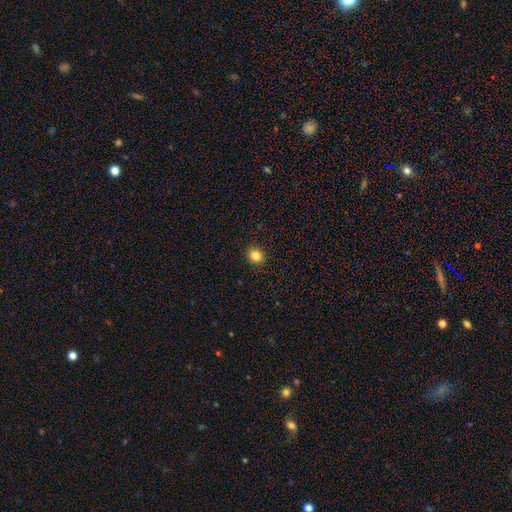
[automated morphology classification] smooth_or_featured: smooth (p=0.84) [alt: star or artifact p=0.11]
how_rounded: round (p=0.72) [alt: in between p=0.27]
merging: none (p=0.91) [alt: minor disturbance p=0.06]